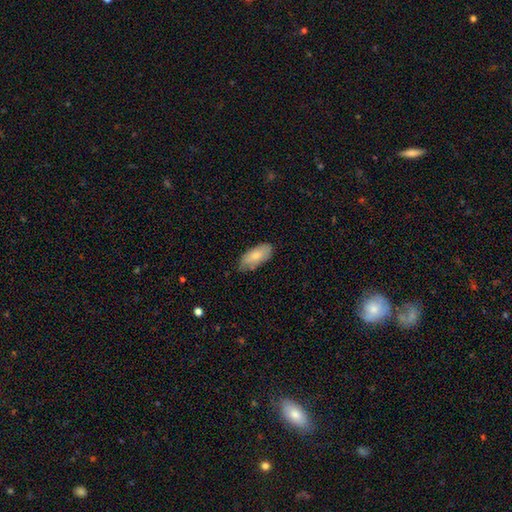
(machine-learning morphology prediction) This appears to be a smooth galaxy with no disk features (78%) that is in between round and cigar-shaped (90%). Merging: none (74%).